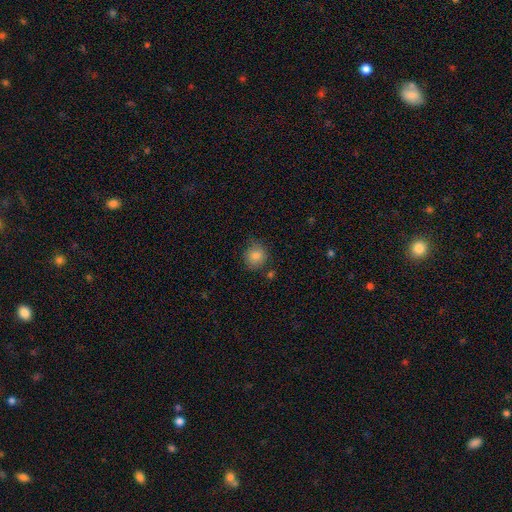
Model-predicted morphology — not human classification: smooth 83%, star or artifact 10%, featured or disk 7%. Down the decision tree: how rounded — round (81%); merging — none (75%).